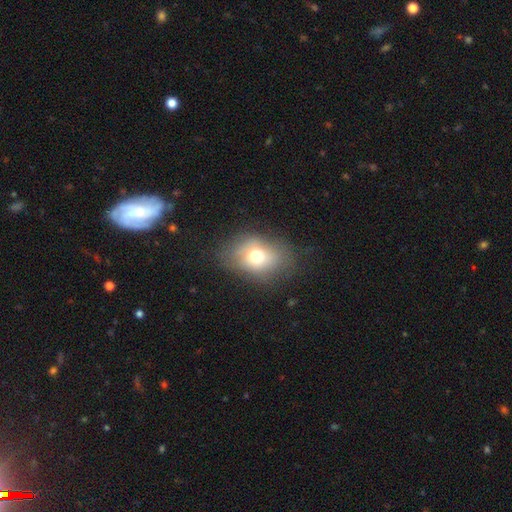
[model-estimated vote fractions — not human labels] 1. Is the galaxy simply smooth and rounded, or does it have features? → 67% smooth, 19% featured or disk, 13% star or artifact.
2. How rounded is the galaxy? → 66% in between, 33% round, 1% cigar-shaped.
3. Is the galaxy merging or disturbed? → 69% none, 19% minor disturbance, 10% major disturbance, 2% merger.